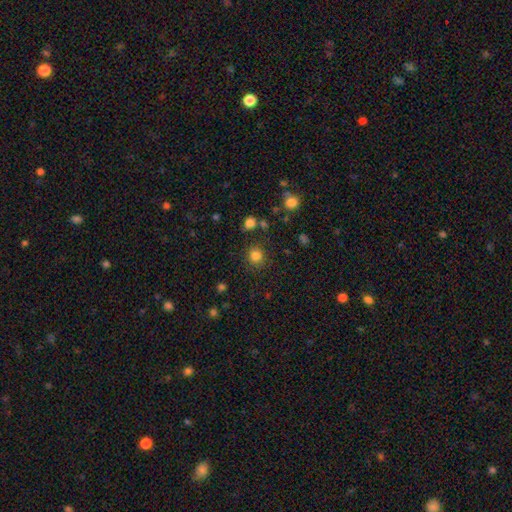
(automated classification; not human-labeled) Smooth or featured?
  - smooth: 82% *
  - star or artifact: 13%
  - featured or disk: 5%
How rounded?
  - round: 92% *
  - in between: 7%
  - cigar-shaped: 1%
Merging?
  - none: 87% *
  - minor disturbance: 7%
  - major disturbance: 3%
  - merger: 3%